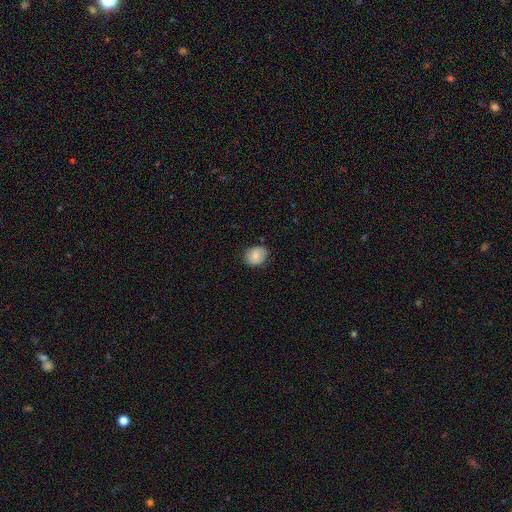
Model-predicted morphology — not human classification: Smooth or featured? smooth (77%)
How rounded? round (53%)
Merging? none (76%)